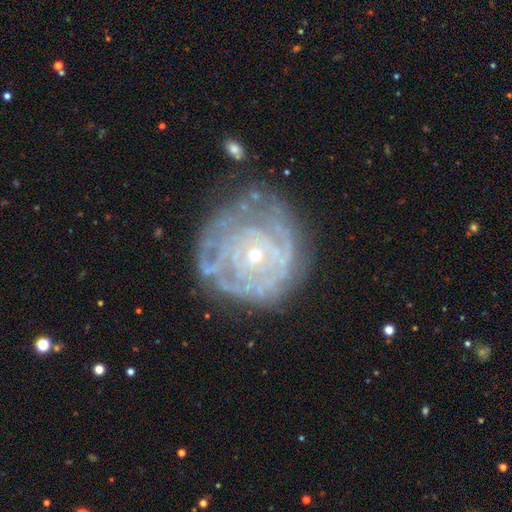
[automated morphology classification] Smooth or featured? featured or disk (80%)
Edge-on disk? no (97%)
Bar? no (82%)
Spiral arms? yes (77%)
Spiral winding? tight (80%)
Spiral arm count? can't tell (53%)
Bulge size? small (75%)
Merging? none (68%)